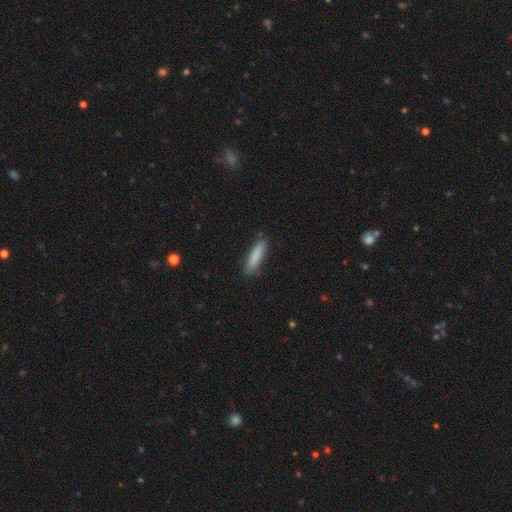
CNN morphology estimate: smooth_or_featured: smooth (p=0.85) [alt: featured or disk p=0.08]
how_rounded: cigar-shaped (p=0.78) [alt: in between p=0.21]
merging: none (p=0.82) [alt: minor disturbance p=0.14]